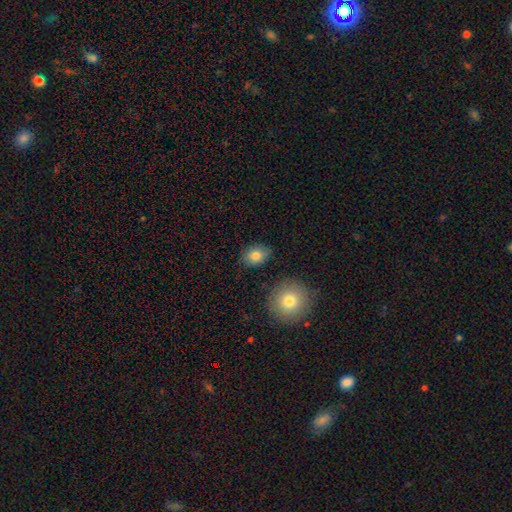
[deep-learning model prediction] Overall: smooth (82%). How rounded: in between (56%; round 43%). Merging: none (83%).